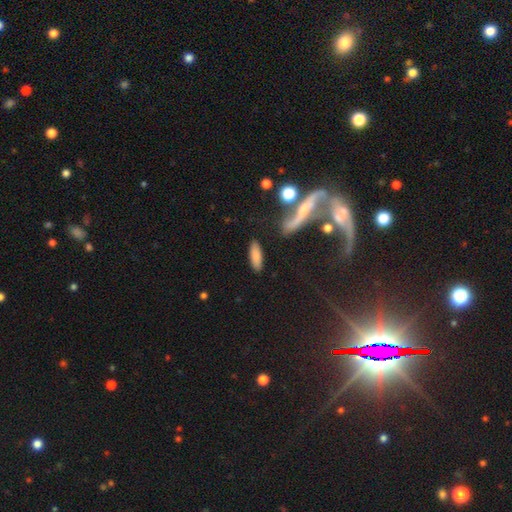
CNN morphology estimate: This is clearly a smooth galaxy (81%). How rounded: possibly in between (50%). Merging: clearly none (83%).